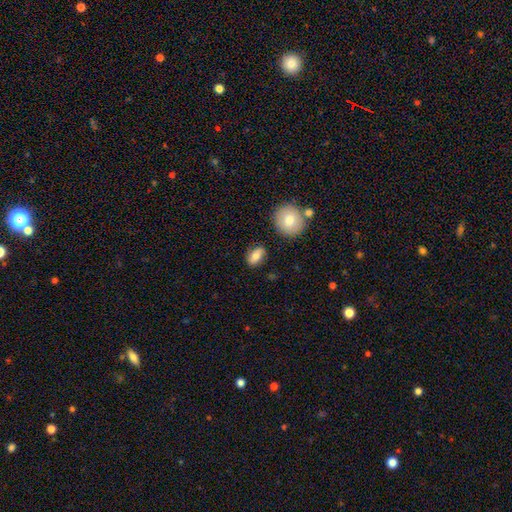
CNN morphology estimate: A smooth galaxy with no disk features (77%) that is in between round and cigar-shaped (82%). Merging: none (81%).